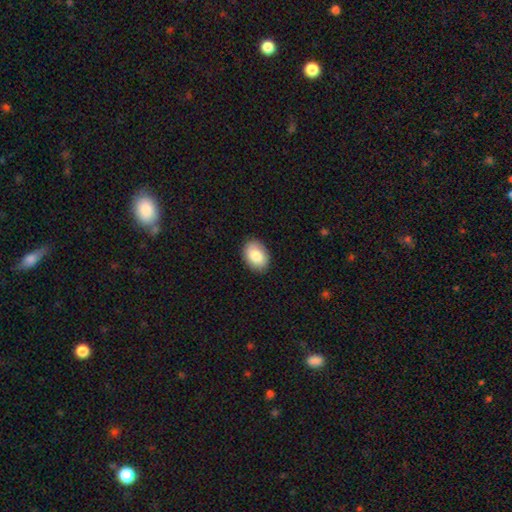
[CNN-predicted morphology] smooth-or-featured: smooth: 85% | featured or disk: 8% | star or artifact: 7%
  how-rounded: in between: 82% | round: 17% | cigar-shaped: 1%
  merging: none: 88% | minor disturbance: 9% | major disturbance: 2% | merger: 1%